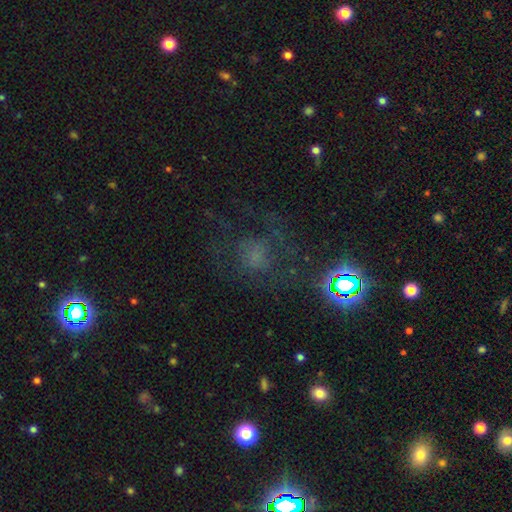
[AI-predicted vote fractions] This is marginally a smooth galaxy (36%). Merging: possibly none (57%).